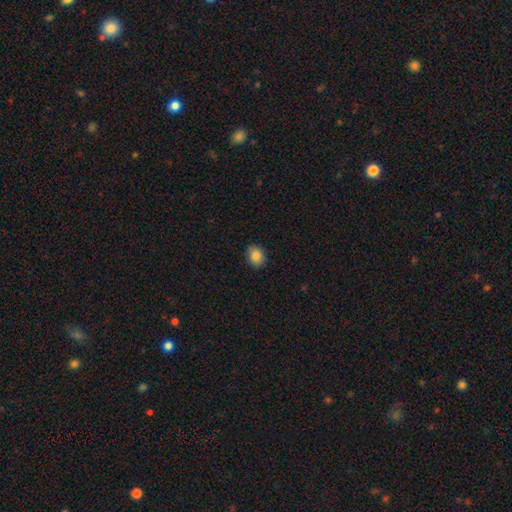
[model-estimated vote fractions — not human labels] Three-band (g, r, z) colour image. It shows a smooth galaxy with no disk features (86%) that is in between round and cigar-shaped (50%, tied with round). Merging: none (85%).